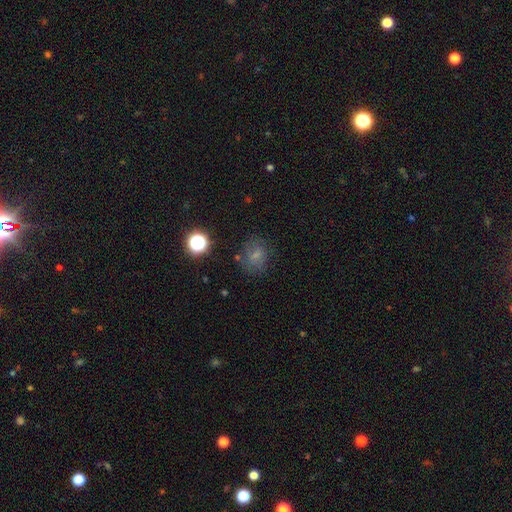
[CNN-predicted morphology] Overall: smooth (63%). How rounded: round (58%; in between 41%). Merging: none (68%).